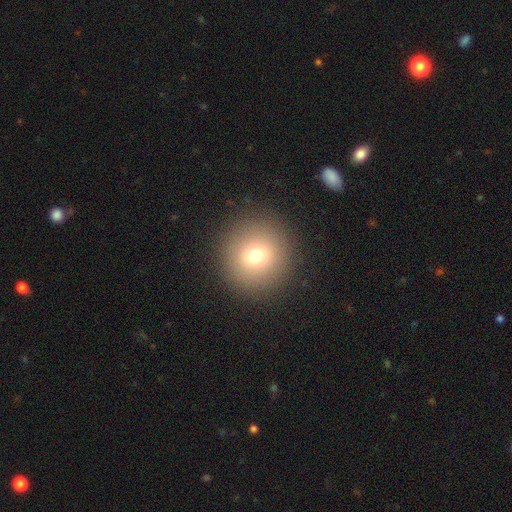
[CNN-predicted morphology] A smooth galaxy with no disk features (72%) that is round (96%).

Vote fractions:
- Smooth or featured? smooth: 72% / star or artifact: 16% / featured or disk: 12%
- How rounded? round: 96% / in between: 3% / cigar-shaped: 1%
- Merging? none: 91% / minor disturbance: 5% / major disturbance: 3% / merger: 1%